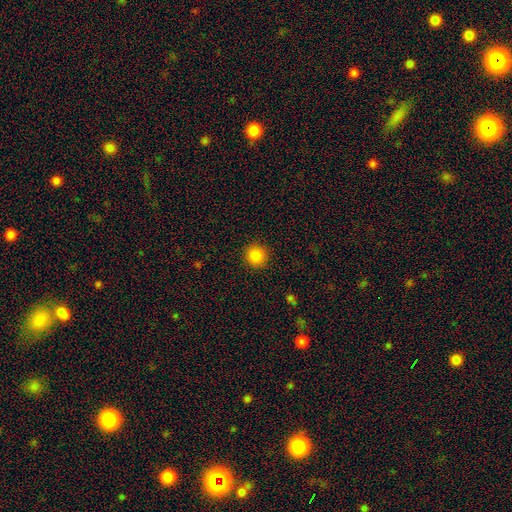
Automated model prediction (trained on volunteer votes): This is clearly a smooth galaxy (86%). How rounded: clearly round (93%). Merging: clearly none (92%).